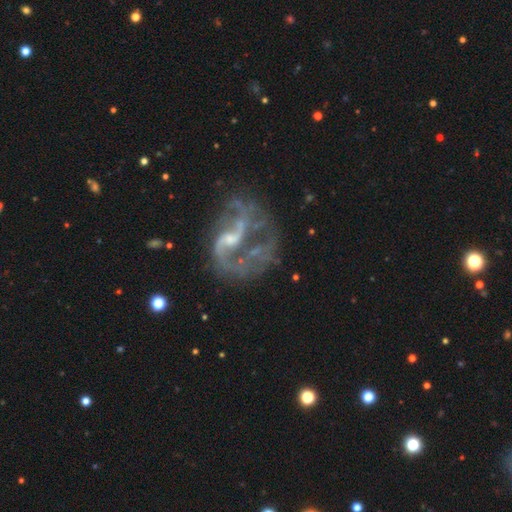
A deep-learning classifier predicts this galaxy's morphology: smooth_or_featured: featured or disk (p=0.79) [alt: star or artifact p=0.12]
disk_edge_on: no (p=0.98) [alt: yes p=0.02]
bar: weak (p=0.48) [alt: no p=0.36]
has_spiral_arms: yes (p=0.76) [alt: no p=0.24]
spiral_winding: loose (p=0.59) [alt: medium p=0.31]
spiral_arm_count: 2 (p=0.52) [alt: 1 p=0.19]
bulge_size: small (p=0.49) [alt: moderate p=0.25]
merging: none (p=0.41) [alt: major disturbance p=0.36]